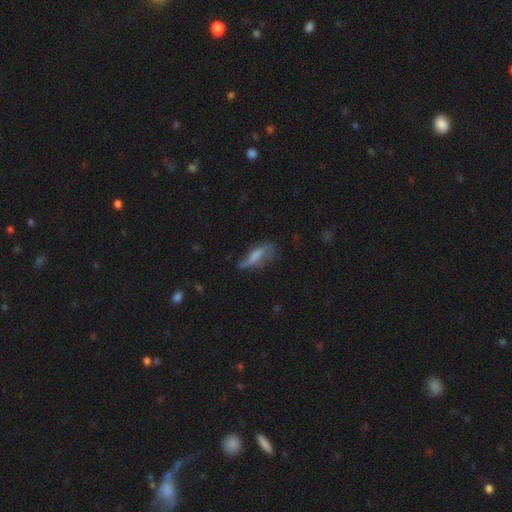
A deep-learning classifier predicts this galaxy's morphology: Smooth or featured? Predicted: smooth (p=0.54). How rounded? Predicted: in between (p=0.56). Merging? Predicted: none (p=0.41).